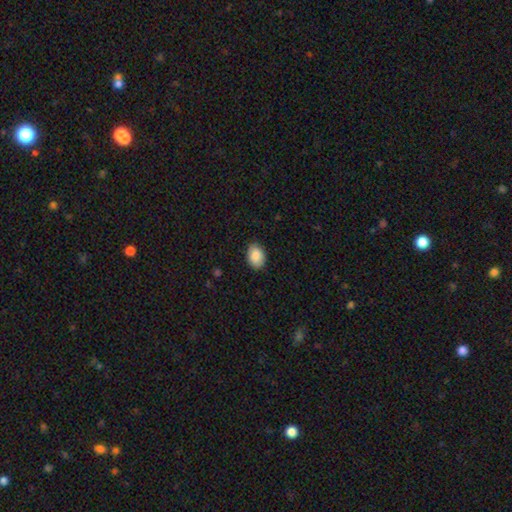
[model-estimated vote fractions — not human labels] smooth-or-featured: smooth: 89% | star or artifact: 7% | featured or disk: 5%
  how-rounded: in between: 81% | round: 18% | cigar-shaped: 1%
  merging: none: 87% | minor disturbance: 10% | major disturbance: 2% | merger: 1%